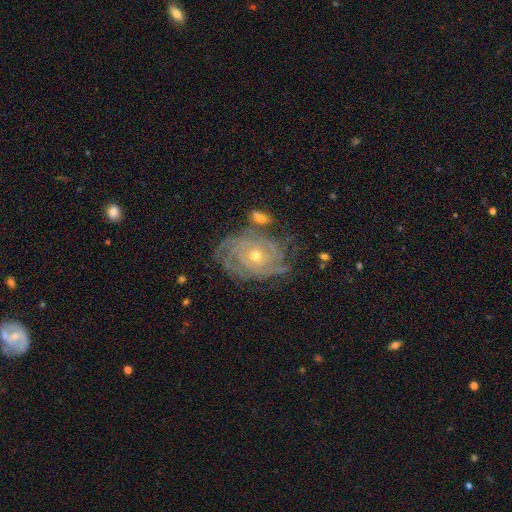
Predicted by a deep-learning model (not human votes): smooth_or_featured: featured or disk (p=0.88) [alt: star or artifact p=0.06]
disk_edge_on: no (p=0.97) [alt: yes p=0.03]
bar: no (p=0.77) [alt: weak p=0.18]
has_spiral_arms: yes (p=0.97) [alt: no p=0.03]
spiral_winding: tight (p=0.80) [alt: medium p=0.16]
spiral_arm_count: can't tell (p=0.29) [alt: 3 p=0.21]
bulge_size: small (p=0.51) [alt: moderate p=0.46]
merging: none (p=0.68) [alt: minor disturbance p=0.18]